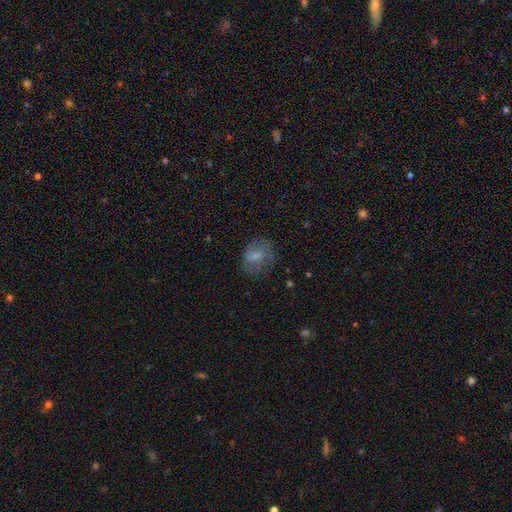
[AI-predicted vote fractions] A smooth galaxy with no disk features (55%) that is in between round and cigar-shaped (53%).

Vote fractions:
- Smooth or featured? smooth: 55% / featured or disk: 35% / star or artifact: 10%
- How rounded? in between: 53% / round: 46% / cigar-shaped: 1%
- Merging? none: 58% / minor disturbance: 23% / major disturbance: 17% / merger: 2%